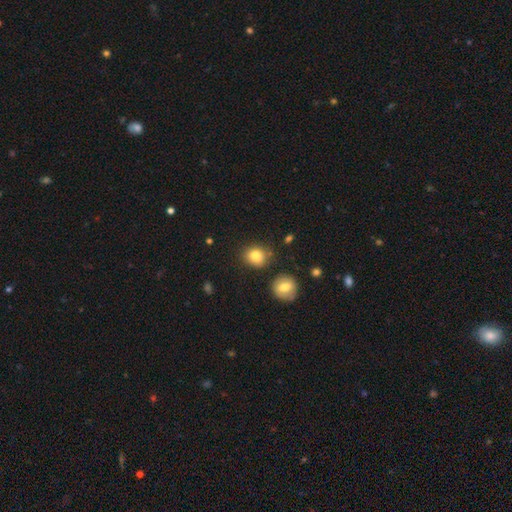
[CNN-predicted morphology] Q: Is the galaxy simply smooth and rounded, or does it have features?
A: smooth — 82%.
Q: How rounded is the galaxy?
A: round — 70%.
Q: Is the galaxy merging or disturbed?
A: none — 78%.